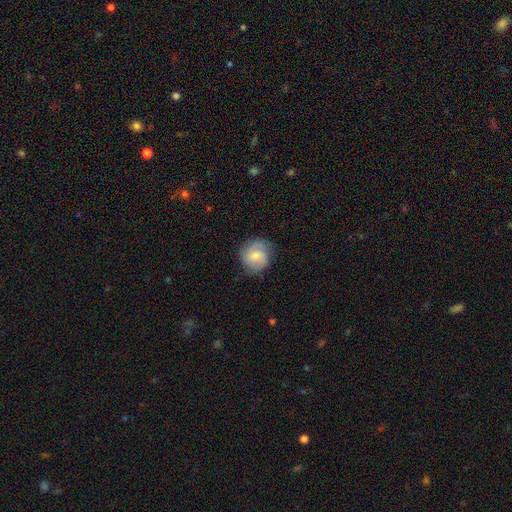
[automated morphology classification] Smooth or featured? featured or disk (49%)
Merging? none (76%)